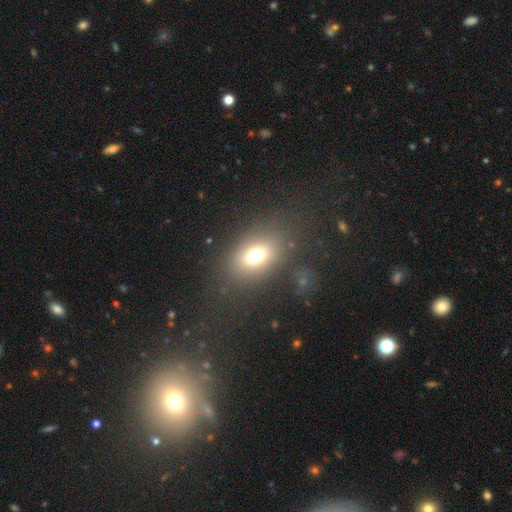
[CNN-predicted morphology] A smooth galaxy with no disk features (68%) that is in between round and cigar-shaped (68%). Merging: none (77%).